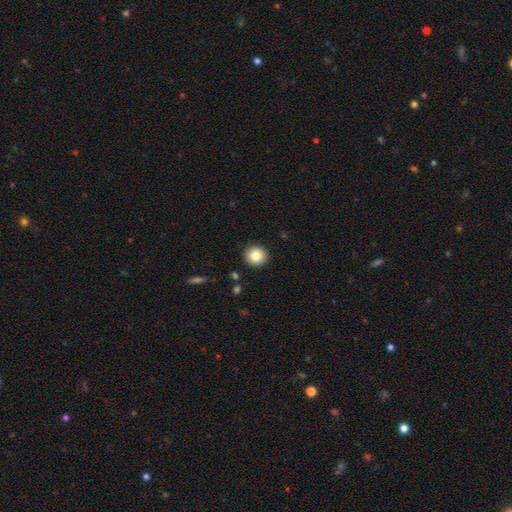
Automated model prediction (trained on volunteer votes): smooth_or_featured: smooth (p=0.83) [alt: star or artifact p=0.10]
how_rounded: round (p=0.90) [alt: in between p=0.09]
merging: none (p=0.91) [alt: minor disturbance p=0.06]